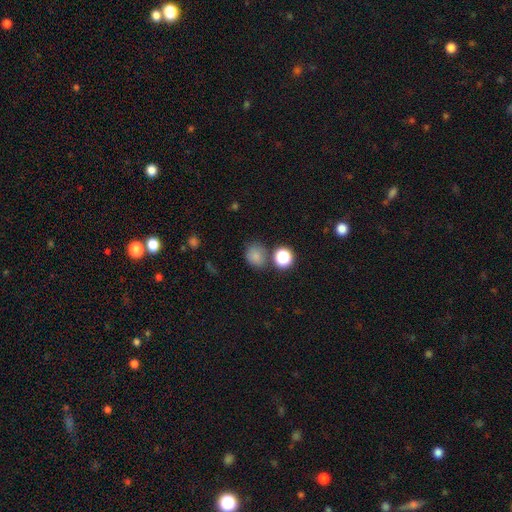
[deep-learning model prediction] Smooth or featured? smooth (79%)
How rounded? round (73%)
Merging? none (70%)